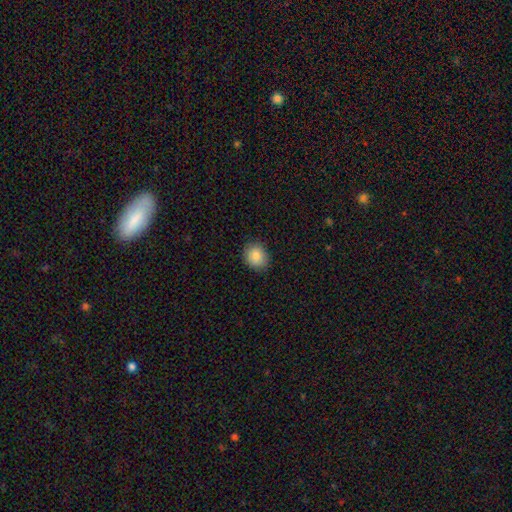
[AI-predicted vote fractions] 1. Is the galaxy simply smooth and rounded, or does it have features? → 86% smooth, 9% star or artifact, 6% featured or disk.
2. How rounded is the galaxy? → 74% round, 25% in between, 1% cigar-shaped.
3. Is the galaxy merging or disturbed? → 87% none, 10% minor disturbance, 2% major disturbance, 1% merger.